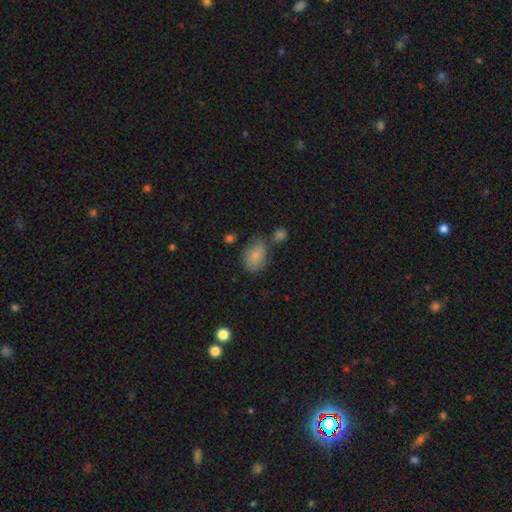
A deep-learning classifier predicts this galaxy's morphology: A smooth galaxy with no disk features (82%) that is in between round and cigar-shaped (74%). Merging: none (54%).